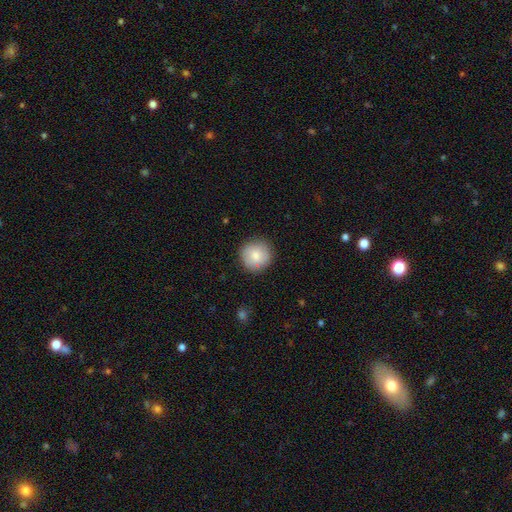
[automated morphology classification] Smooth or featured: smooth — 83% (featured or disk — 10%)
How rounded: round — 94% (in between — 5%)
Merging: none — 87% (minor disturbance — 9%)